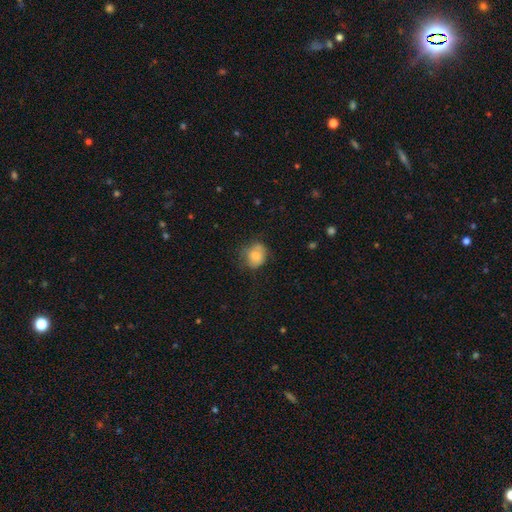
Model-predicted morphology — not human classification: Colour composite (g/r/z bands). It shows a smooth galaxy with no disk features (77%) that is round (64%). Merging: none (54%).